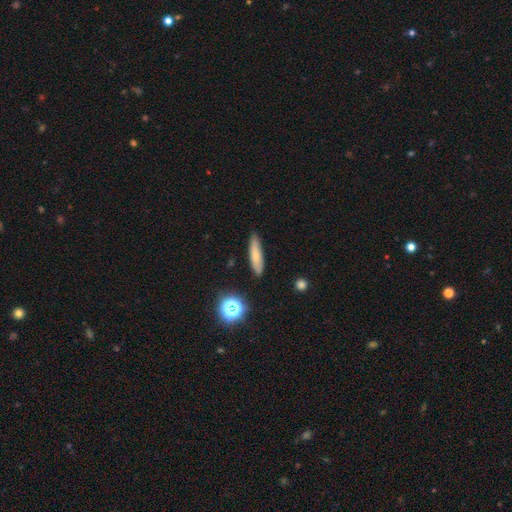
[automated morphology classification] Overall: smooth (71%). How rounded: cigar-shaped (75%). Merging: none (83%).